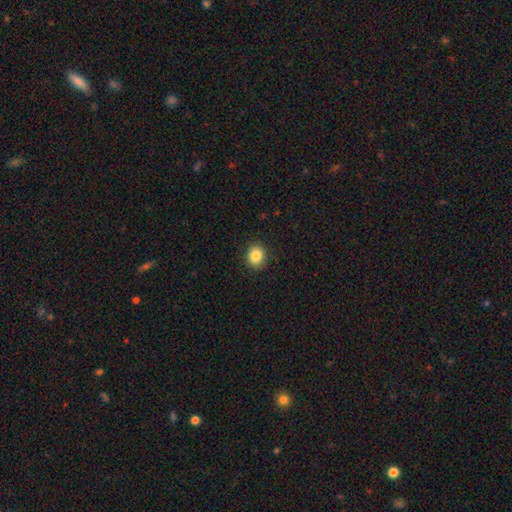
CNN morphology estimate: A smooth galaxy with no disk features (86%) that is round (68%). Merging: none (90%).